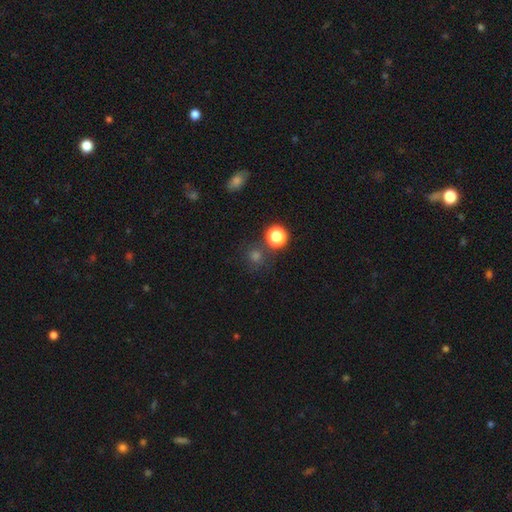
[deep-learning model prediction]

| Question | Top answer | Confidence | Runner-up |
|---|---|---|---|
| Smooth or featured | smooth | 62% | star or artifact (31%) |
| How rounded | round | 88% | in between (10%) |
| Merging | none | 76% | merger (10%) |